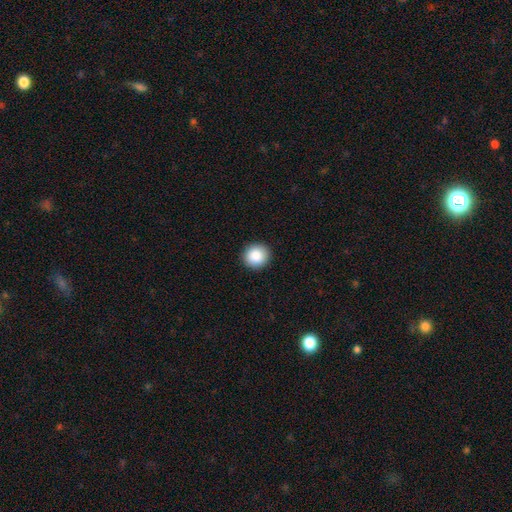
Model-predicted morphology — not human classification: smooth 88%, star or artifact 8%, featured or disk 4%. Down the decision tree: how rounded — round (90%); merging — none (92%).